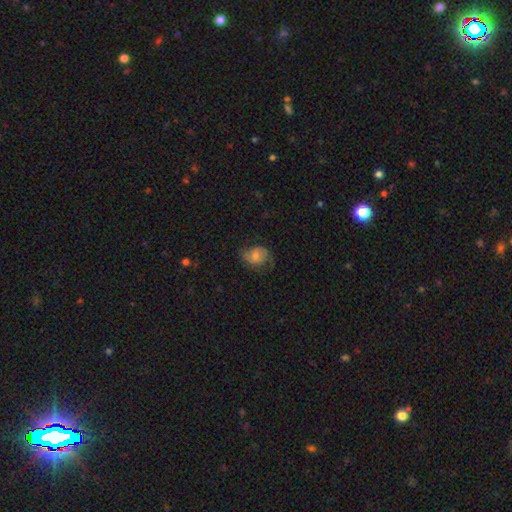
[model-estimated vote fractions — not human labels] smooth-or-featured: featured or disk: 56% | smooth: 35% | star or artifact: 9%
  disk-edge-on: no: 97% | yes: 3%
    bar: no: 64% | weak: 30% | strong: 6%
    has-spiral-arms: yes: 86% | no: 14%
    bulge-size: moderate: 50% | small: 39% | large: 5% | none: 4% | dominant: 1%
  merging: none: 65% | minor disturbance: 23% | major disturbance: 11% | merger: 1%